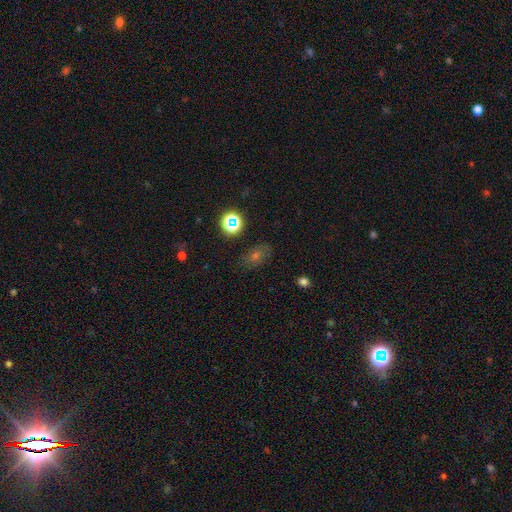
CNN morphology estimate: Q: Smooth or featured?
A: smooth (43%); runner-up: star or artifact (36%)
Q: Merging?
A: none (78%); runner-up: minor disturbance (15%)